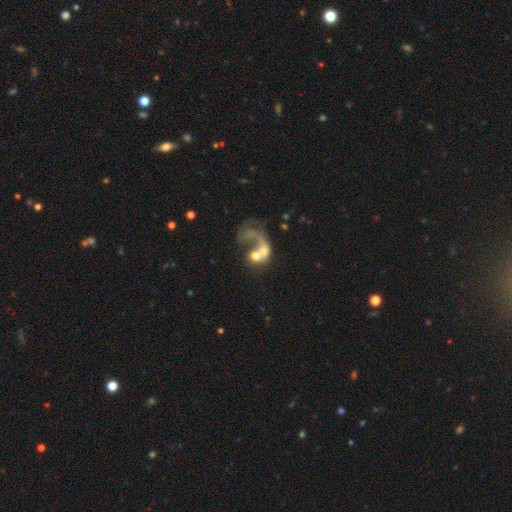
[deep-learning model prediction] featured or disk 60%, smooth 29%, star or artifact 10%. Down the decision tree: edge-on disk — no (97%); bar — no (79%); spiral arms — yes (58%); bulge size — moderate (38%); merging — merger (47%).